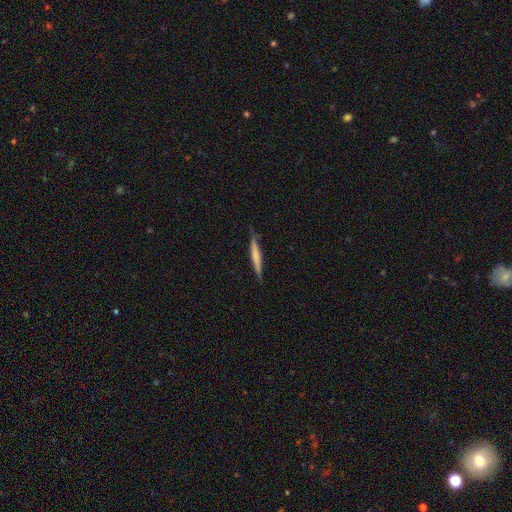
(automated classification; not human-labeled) Q: Smooth or featured?
A: smooth (58%); runner-up: featured or disk (36%)
Q: How rounded?
A: cigar-shaped (95%); runner-up: in between (3%)
Q: Merging?
A: none (85%); runner-up: minor disturbance (12%)